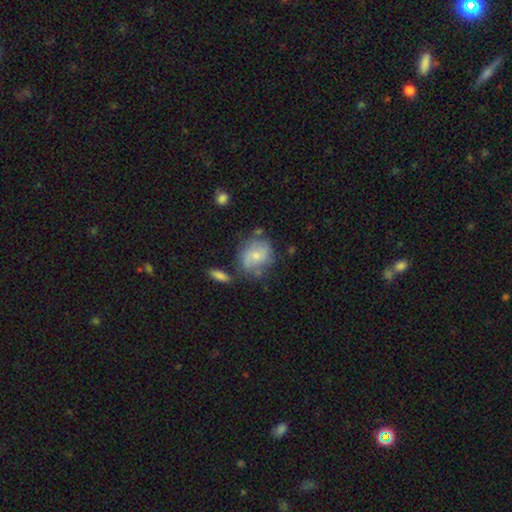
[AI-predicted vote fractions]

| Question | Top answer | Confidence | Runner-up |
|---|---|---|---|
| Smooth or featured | smooth | 58% | featured or disk (34%) |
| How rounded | round | 65% | in between (33%) |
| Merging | none | 55% | minor disturbance (24%) |